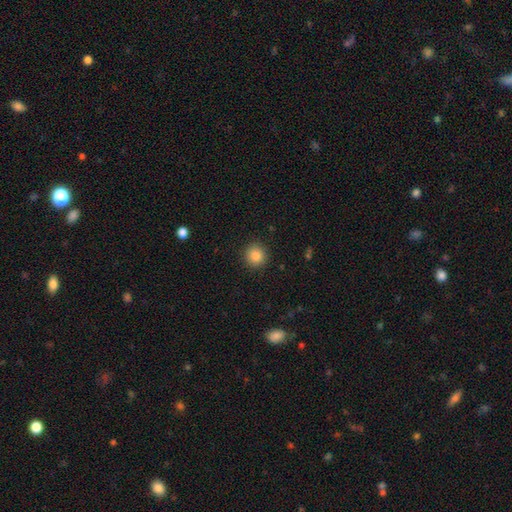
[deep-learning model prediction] Q: Smooth or featured?
A: smooth (86%); runner-up: star or artifact (10%)
Q: How rounded?
A: round (93%); runner-up: in between (6%)
Q: Merging?
A: none (91%); runner-up: minor disturbance (6%)